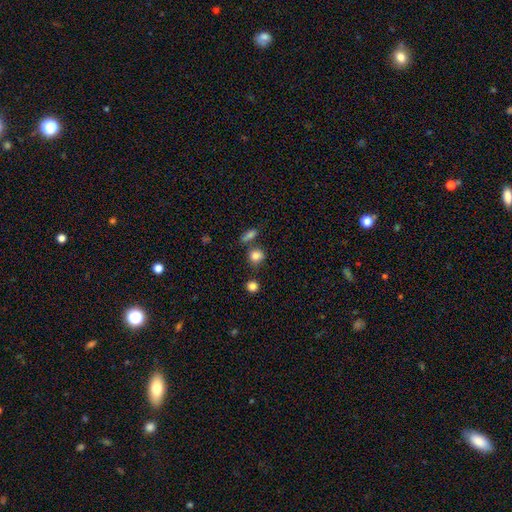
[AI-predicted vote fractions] A smooth galaxy with no disk features (83%) that is round (80%). Merging: none (70%).